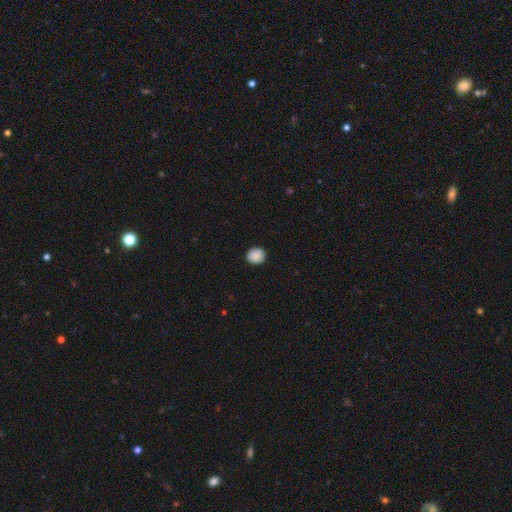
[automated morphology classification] Overall: smooth (88%). How rounded: round (84%). Merging: none (89%).